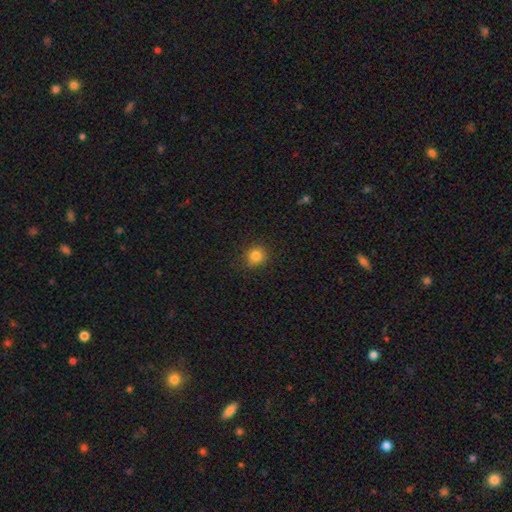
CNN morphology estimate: Smooth or featured?
  - smooth: 83% *
  - star or artifact: 12%
  - featured or disk: 5%
How rounded?
  - round: 89% *
  - in between: 10%
  - cigar-shaped: 1%
Merging?
  - none: 86% *
  - minor disturbance: 10%
  - major disturbance: 2%
  - merger: 1%